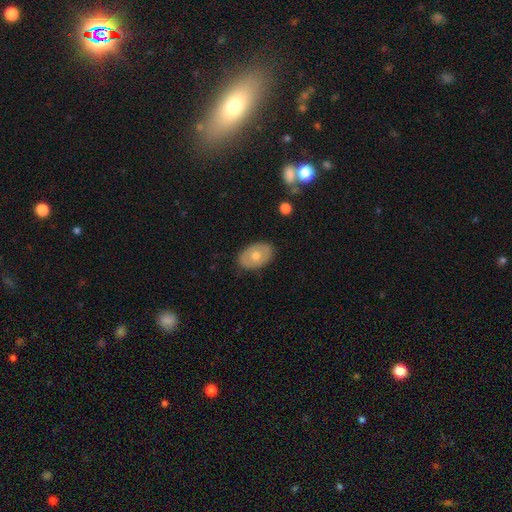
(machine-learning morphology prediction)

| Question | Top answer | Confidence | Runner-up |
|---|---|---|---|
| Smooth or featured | smooth | 54% | featured or disk (39%) |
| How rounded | in between | 87% | round (12%) |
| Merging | none | 85% | minor disturbance (11%) |